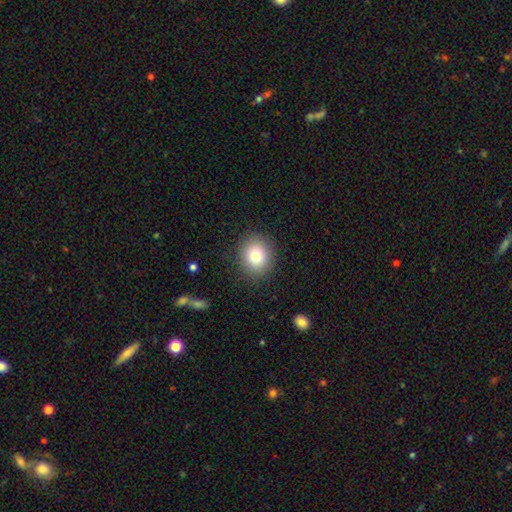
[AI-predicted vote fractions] The model was most divided on "how rounded": round: 79%, in between: 20%, cigar-shaped: 1%. More confident: merging — none (89%); smooth or featured — smooth (78%).